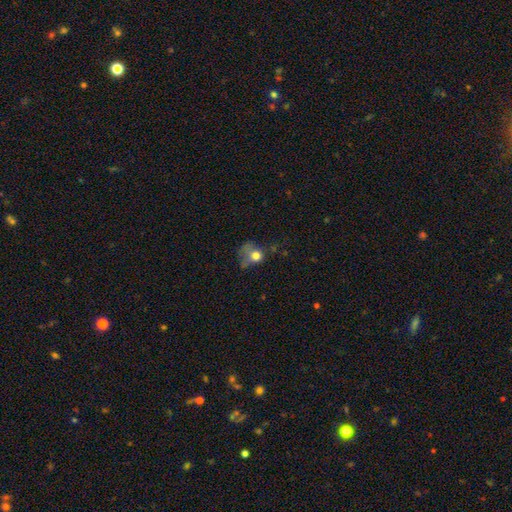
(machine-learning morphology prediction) The model was most divided on "merging": major disturbance: 44%, none: 25%, minor disturbance: 24%, merger: 6%. More confident: smooth or featured — smooth (67%); how rounded — round (64%).